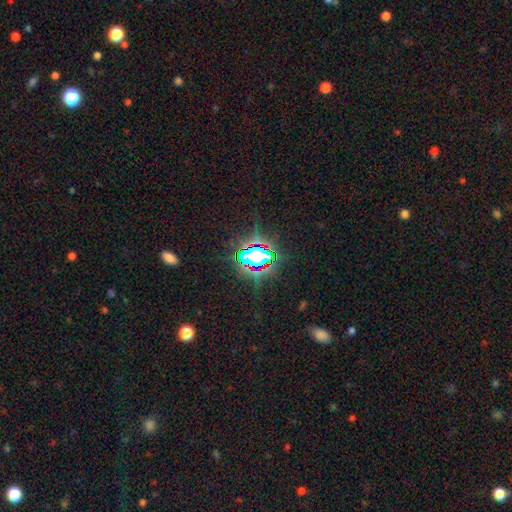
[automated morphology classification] The model was most divided on "smooth or featured": star or artifact: 74%, smooth: 14%, featured or disk: 11%.